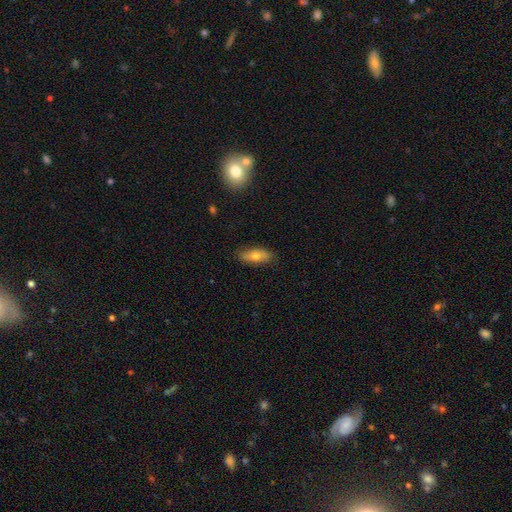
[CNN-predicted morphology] Smooth or featured: smooth — 65% (featured or disk — 28%)
How rounded: in between — 68% (cigar-shaped — 29%)
Merging: none — 85% (minor disturbance — 12%)